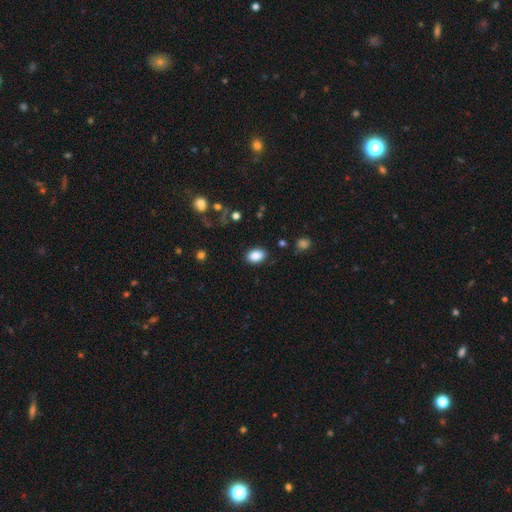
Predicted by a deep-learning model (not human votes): smooth_or_featured: smooth (p=0.87) [alt: star or artifact p=0.08]
how_rounded: in between (p=0.85) [alt: round p=0.14]
merging: none (p=0.86) [alt: minor disturbance p=0.10]